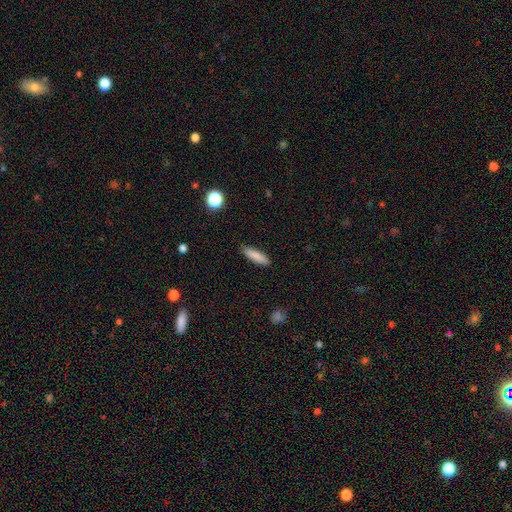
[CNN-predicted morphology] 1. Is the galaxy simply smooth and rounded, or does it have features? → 86% smooth, 7% featured or disk, 7% star or artifact.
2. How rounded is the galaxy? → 68% cigar-shaped, 30% in between, 2% round.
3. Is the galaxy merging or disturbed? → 88% none, 9% minor disturbance, 2% major disturbance, 1% merger.